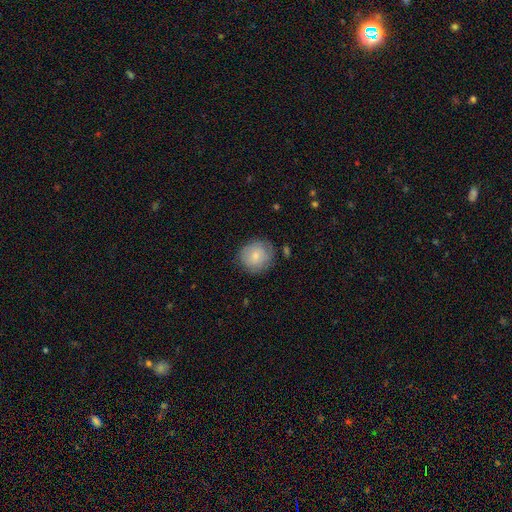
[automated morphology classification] Q: Smooth or featured?
A: smooth (79%); runner-up: featured or disk (14%)
Q: How rounded?
A: round (88%); runner-up: in between (11%)
Q: Merging?
A: none (79%); runner-up: minor disturbance (15%)